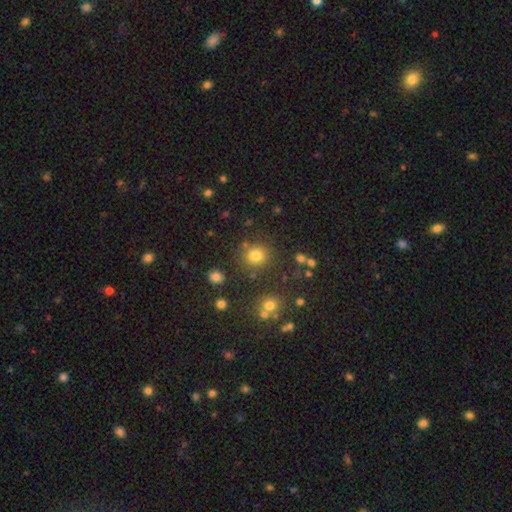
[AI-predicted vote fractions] Smooth or featured?
  - smooth: 78% *
  - star or artifact: 16%
  - featured or disk: 6%
How rounded?
  - round: 87% *
  - in between: 12%
  - cigar-shaped: 1%
Merging?
  - none: 81% *
  - minor disturbance: 9%
  - merger: 6%
  - major disturbance: 4%